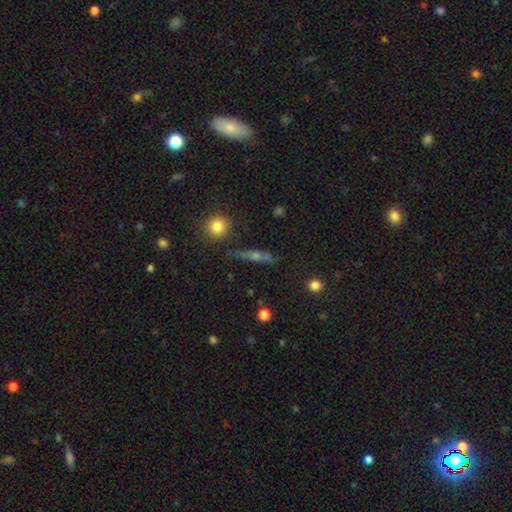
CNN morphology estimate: smooth-or-featured: featured or disk: 47% | smooth: 38% | star or artifact: 15%
  merging: none: 79% | minor disturbance: 13% | major disturbance: 4% | merger: 3%